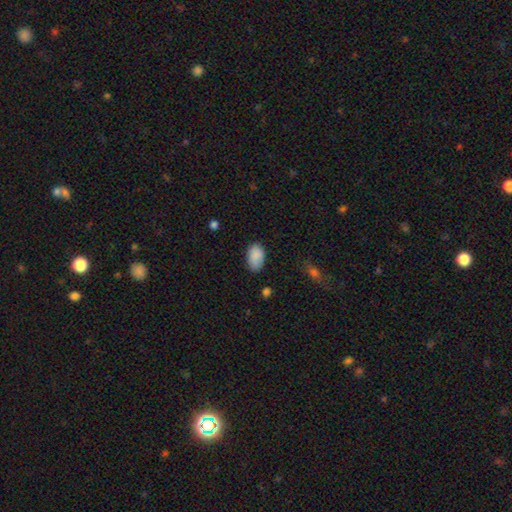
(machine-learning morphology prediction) Smooth or featured? smooth (89%)
How rounded? in between (93%)
Merging? none (80%)